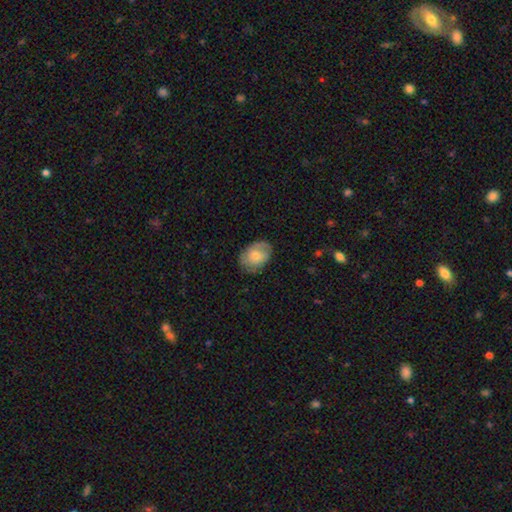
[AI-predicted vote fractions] This is possibly a smooth galaxy (53%). How rounded: likely in between (72%). Merging: likely none (71%).